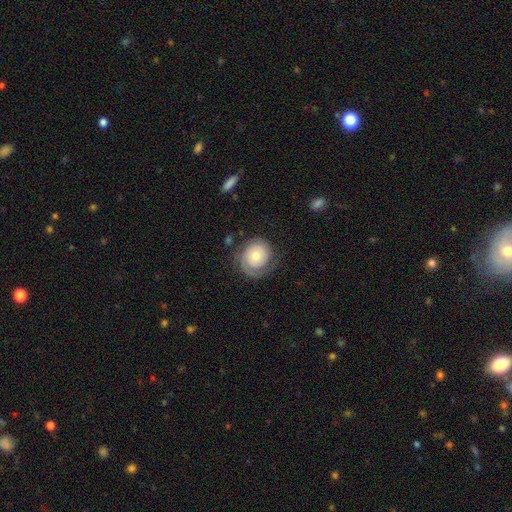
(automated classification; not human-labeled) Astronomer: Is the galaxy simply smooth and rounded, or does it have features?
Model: featured or disk — 71%.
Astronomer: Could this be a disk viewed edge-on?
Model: no — 98%.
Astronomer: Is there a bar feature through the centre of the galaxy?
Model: no — 80%.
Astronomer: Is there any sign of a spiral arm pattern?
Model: yes — 91%.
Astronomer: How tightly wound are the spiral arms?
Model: tight — 72%.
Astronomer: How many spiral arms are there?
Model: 1 — 42% (runner-up: 2, 34%).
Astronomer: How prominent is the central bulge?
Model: moderate — 55% (runner-up: small, 35%).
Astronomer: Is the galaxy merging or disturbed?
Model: none — 73%.